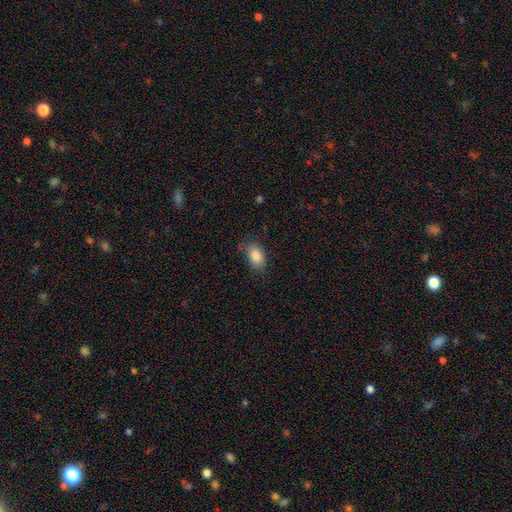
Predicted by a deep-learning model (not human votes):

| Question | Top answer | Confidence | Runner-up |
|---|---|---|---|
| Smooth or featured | smooth | 87% | star or artifact (8%) |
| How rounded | in between | 89% | round (10%) |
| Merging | none | 74% | minor disturbance (20%) |